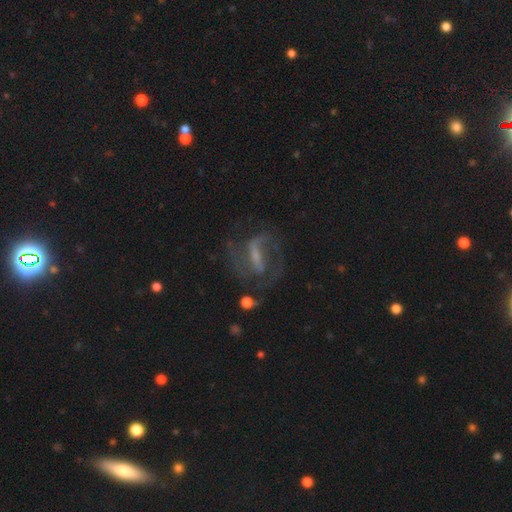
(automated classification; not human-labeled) Q: Smooth or featured?
A: featured or disk (78%); runner-up: smooth (13%)
Q: Edge-on disk?
A: no (92%); runner-up: yes (8%)
Q: Bar?
A: strong (54%); runner-up: weak (33%)
Q: Spiral arms?
A: yes (87%); runner-up: no (13%)
Q: Spiral winding?
A: medium (52%); runner-up: loose (28%)
Q: Spiral arm count?
A: 2 (75%); runner-up: can't tell (10%)
Q: Bulge size?
A: small (43%); runner-up: none (26%)
Q: Merging?
A: none (60%); runner-up: major disturbance (20%)